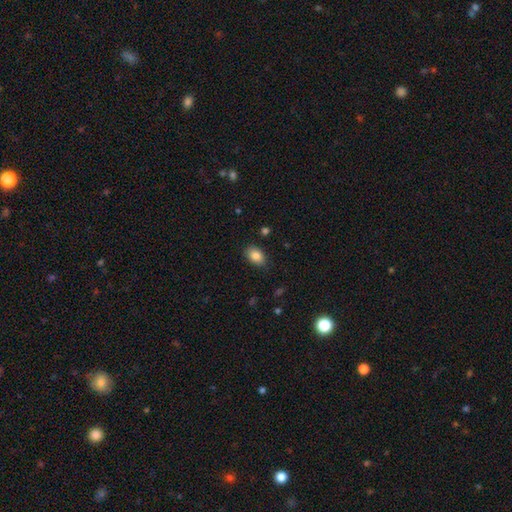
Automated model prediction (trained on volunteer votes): This is clearly a smooth galaxy (86%). How rounded: clearly in between (83%). Merging: clearly none (83%).